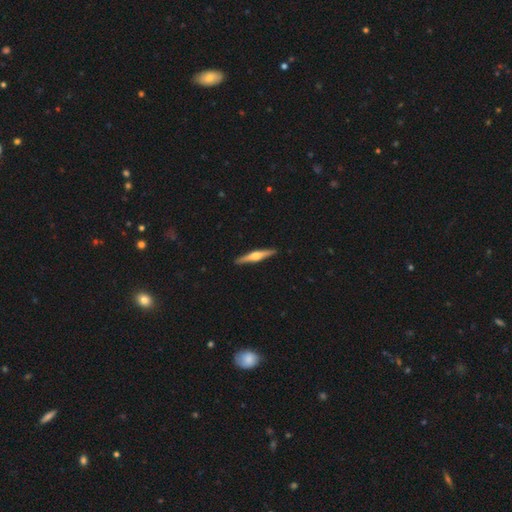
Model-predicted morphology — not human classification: The model was most divided on "smooth or featured": featured or disk: 69%, smooth: 27%, star or artifact: 5%. More confident: edge-on disk — yes (98%); merging — none (92%); edge-on bulge — rounded (90%).